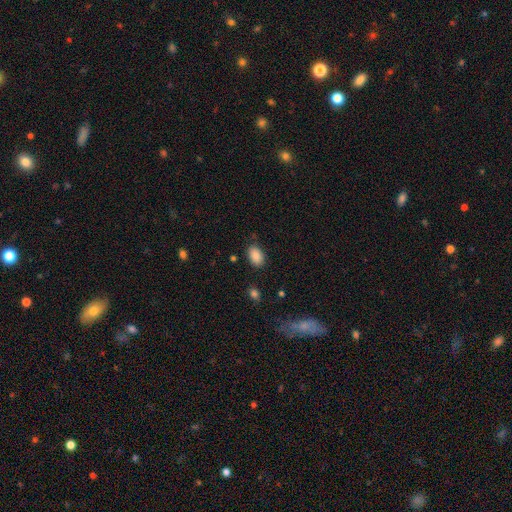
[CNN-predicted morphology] Smooth or featured? Predicted: smooth (p=0.88). How rounded? Predicted: in between (p=0.90). Merging? Predicted: none (p=0.83).